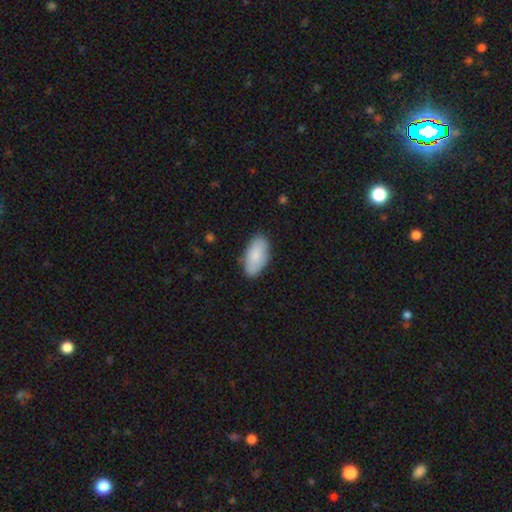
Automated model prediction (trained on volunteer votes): A smooth galaxy with no disk features (84%) that is in between round and cigar-shaped (95%).

Vote fractions:
- Smooth or featured? smooth: 84% / featured or disk: 11% / star or artifact: 5%
- How rounded? in between: 95% / cigar-shaped: 3% / round: 2%
- Merging? none: 84% / minor disturbance: 13% / major disturbance: 2% / merger: 1%